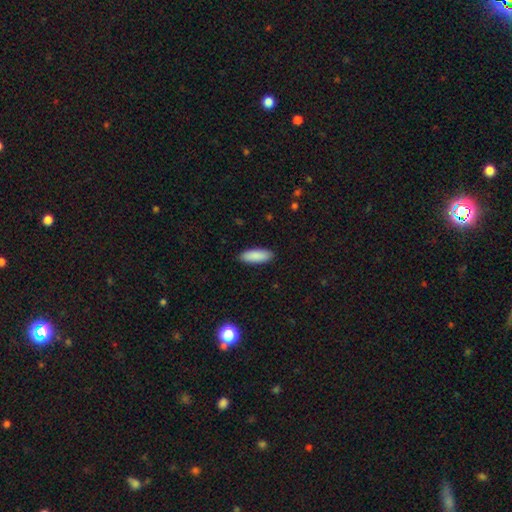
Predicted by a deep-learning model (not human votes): smooth_or_featured: smooth (p=0.90) [alt: star or artifact p=0.06]
how_rounded: in between (p=0.68) [alt: cigar-shaped p=0.31]
merging: none (p=0.90) [alt: minor disturbance p=0.08]